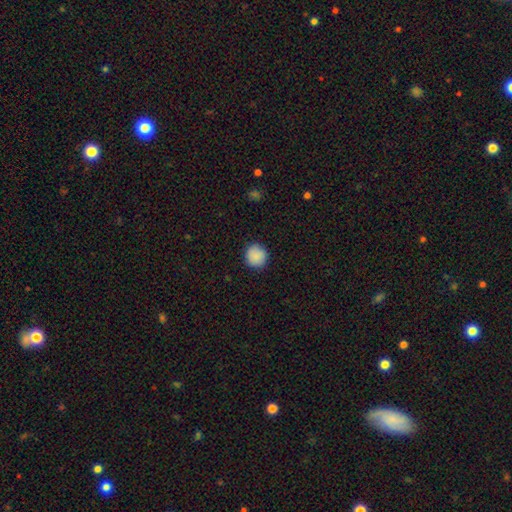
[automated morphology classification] Smooth or featured? Predicted: smooth (p=0.89). How rounded? Predicted: round (p=0.93). Merging? Predicted: none (p=0.89).